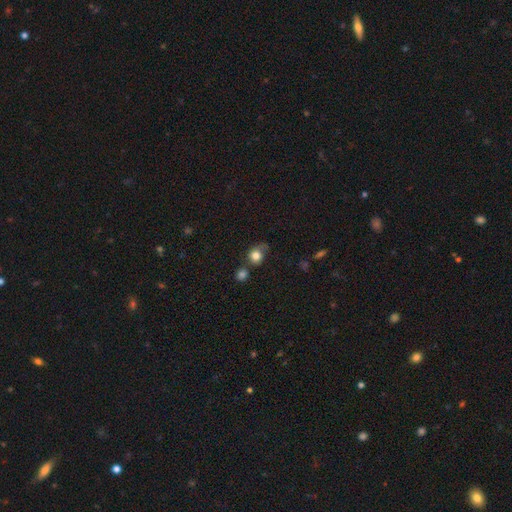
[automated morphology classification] This is likely a smooth galaxy (80%). How rounded: likely round (74%). Merging: possibly none (46%).